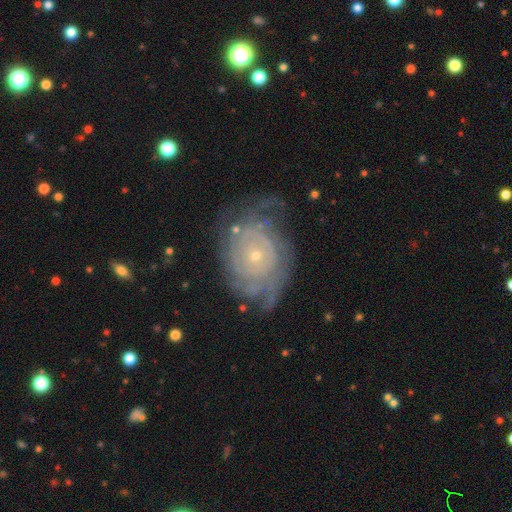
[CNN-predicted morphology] This appears to be a featured or disk galaxy (83%) with no bar (83%), tight (77%) spiral arms (92%) and a small central bulge (80%). Merging: none (63%).